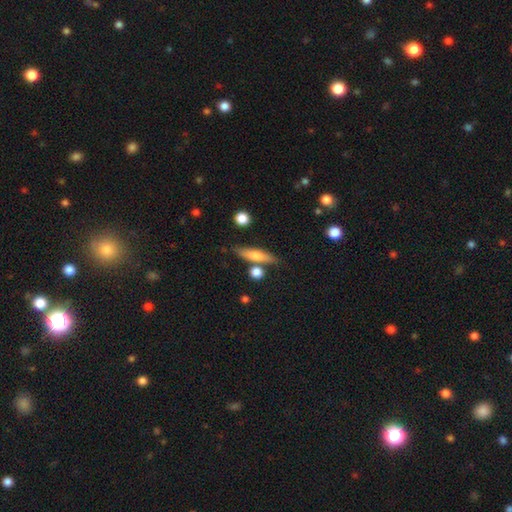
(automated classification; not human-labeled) A smooth galaxy with no disk features (63%) that is cigar-shaped (72%).

Vote fractions:
- Smooth or featured? smooth: 63% / featured or disk: 30% / star or artifact: 7%
- How rounded? cigar-shaped: 72% / in between: 24% / round: 4%
- Merging? none: 73% / minor disturbance: 13% / merger: 11% / major disturbance: 4%